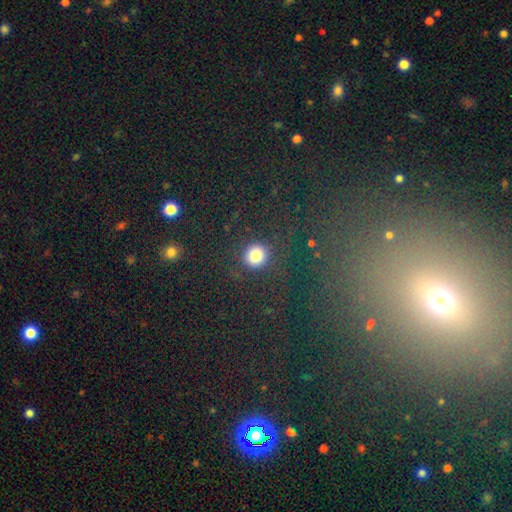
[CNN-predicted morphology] smooth_or_featured: smooth (p=0.78) [alt: star or artifact p=0.15]
how_rounded: round (p=0.86) [alt: in between p=0.13]
merging: none (p=0.85) [alt: minor disturbance p=0.08]